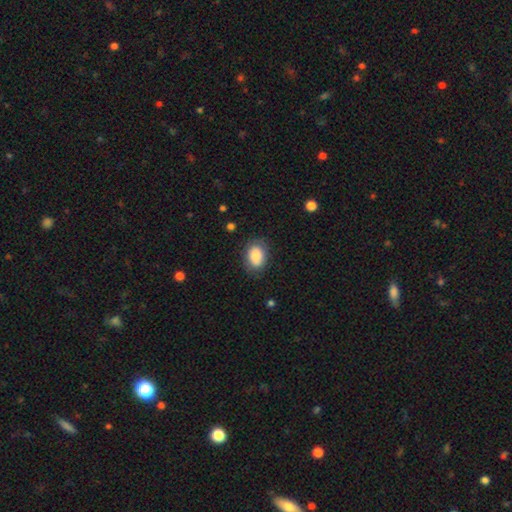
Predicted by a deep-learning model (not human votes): smooth-or-featured: smooth: 83% | featured or disk: 10% | star or artifact: 7%
  how-rounded: in between: 78% | round: 20% | cigar-shaped: 1%
  merging: none: 75% | minor disturbance: 18% | major disturbance: 5% | merger: 1%